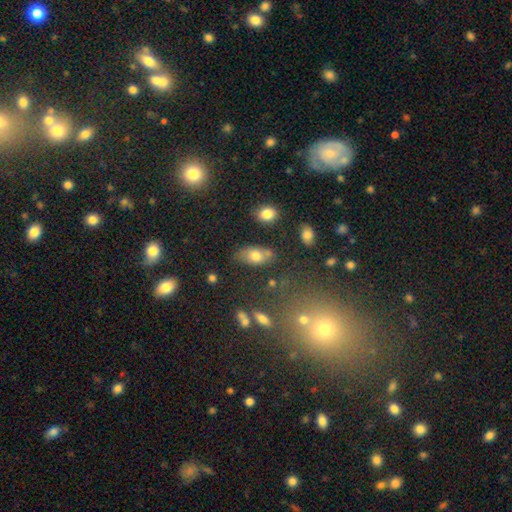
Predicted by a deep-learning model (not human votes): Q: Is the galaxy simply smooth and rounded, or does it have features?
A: smooth — 74%.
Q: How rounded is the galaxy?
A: in between — 89%.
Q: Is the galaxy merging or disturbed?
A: none — 65%.